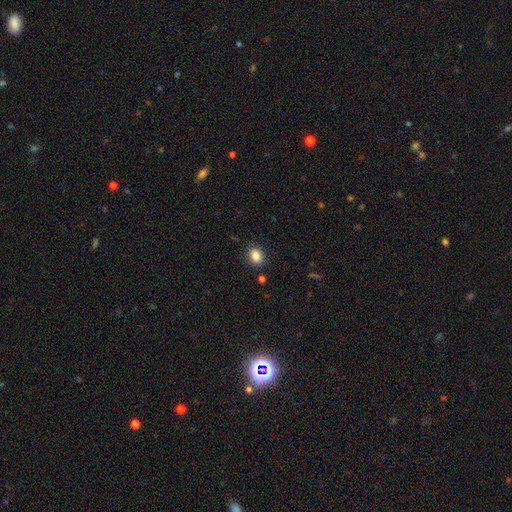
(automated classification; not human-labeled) Smooth or featured? smooth (85%)
How rounded? in between (68%)
Merging? none (84%)